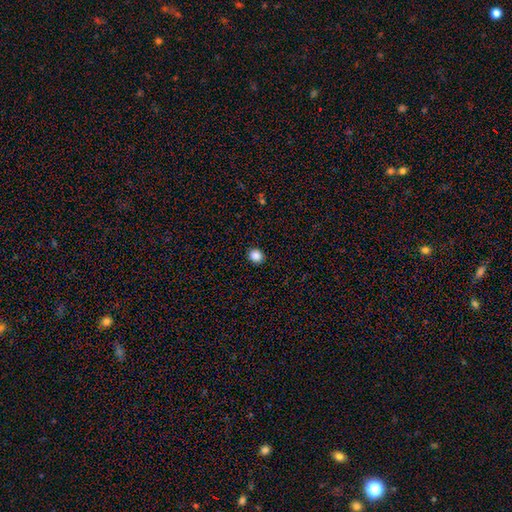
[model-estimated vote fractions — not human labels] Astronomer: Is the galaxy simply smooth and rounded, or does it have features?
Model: smooth — 87%.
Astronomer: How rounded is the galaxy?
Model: round — 77%.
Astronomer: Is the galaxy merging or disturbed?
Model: none — 92%.